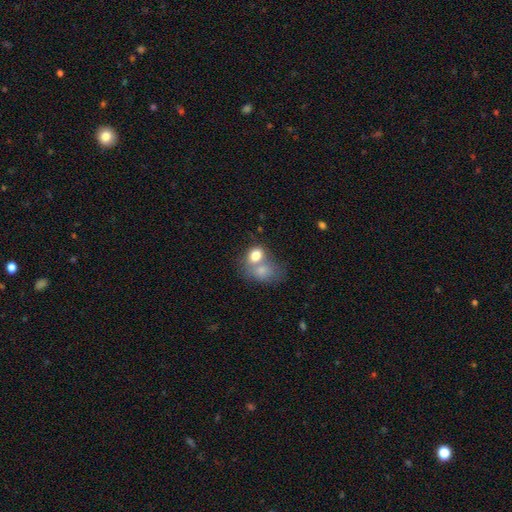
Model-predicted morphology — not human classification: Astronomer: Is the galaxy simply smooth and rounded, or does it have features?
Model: smooth — 76%.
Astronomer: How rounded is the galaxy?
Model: in between — 57% (runner-up: round, 42%).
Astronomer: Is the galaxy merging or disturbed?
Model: merger — 59%.